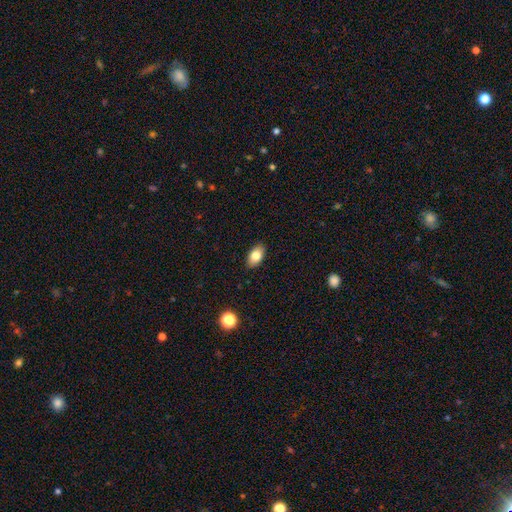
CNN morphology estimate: type=smooth (80%); roundness=in between (91%); merging=none (88%).